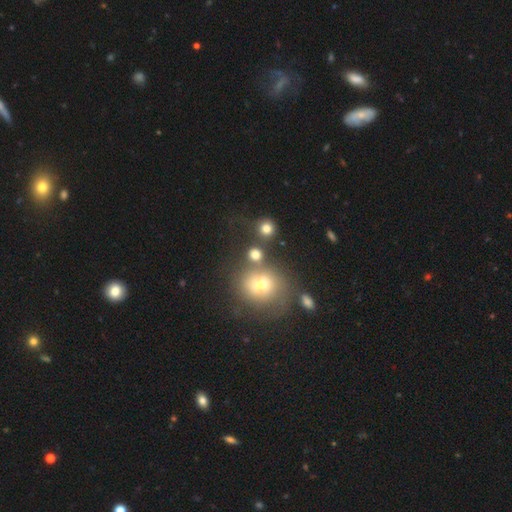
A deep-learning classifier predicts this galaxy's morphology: smooth 59%, star or artifact 22%, featured or disk 19%. Down the decision tree: how rounded — round (83%); merging — none (55%).